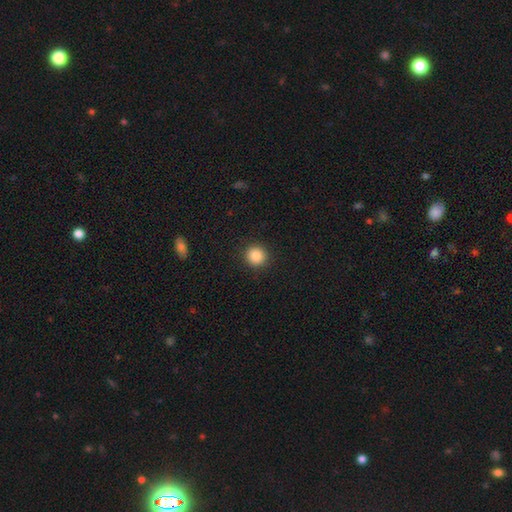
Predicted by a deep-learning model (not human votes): Smooth or featured?
  - smooth: 87% *
  - star or artifact: 10%
  - featured or disk: 4%
How rounded?
  - round: 92% *
  - in between: 7%
  - cigar-shaped: 1%
Merging?
  - none: 92% *
  - minor disturbance: 5%
  - major disturbance: 2%
  - merger: 1%